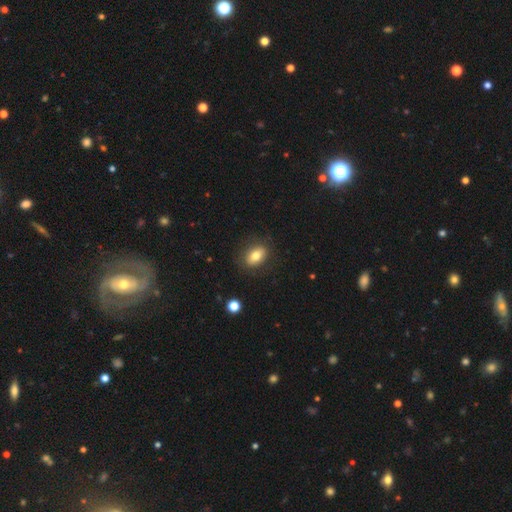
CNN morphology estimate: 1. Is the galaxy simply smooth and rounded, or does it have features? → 80% smooth, 12% featured or disk, 8% star or artifact.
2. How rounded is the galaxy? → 85% in between, 12% round, 3% cigar-shaped.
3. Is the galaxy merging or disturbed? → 85% none, 11% minor disturbance, 3% major disturbance, 1% merger.